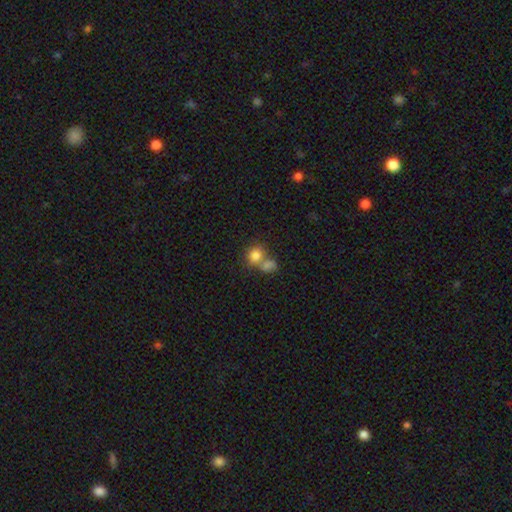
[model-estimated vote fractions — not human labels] smooth-or-featured: smooth: 80% | featured or disk: 10% | star or artifact: 10%
  how-rounded: round: 73% | in between: 26% | cigar-shaped: 1%
  merging: merger: 50% | none: 36% | minor disturbance: 9% | major disturbance: 5%